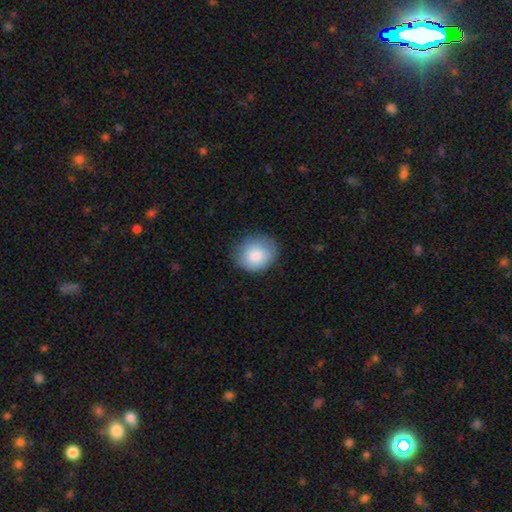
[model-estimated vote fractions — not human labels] Q: Smooth or featured?
A: smooth (84%); runner-up: featured or disk (9%)
Q: How rounded?
A: round (65%); runner-up: in between (34%)
Q: Merging?
A: none (77%); runner-up: minor disturbance (17%)